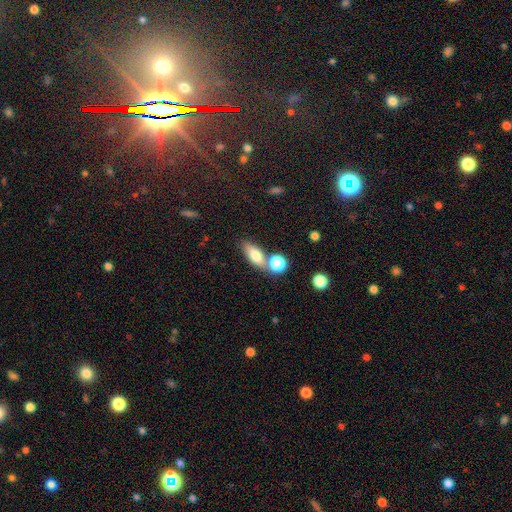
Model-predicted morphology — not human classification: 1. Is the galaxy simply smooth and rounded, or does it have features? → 72% smooth, 18% featured or disk, 10% star or artifact.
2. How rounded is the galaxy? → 65% in between, 25% cigar-shaped, 10% round.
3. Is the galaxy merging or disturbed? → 59% none, 24% merger, 12% minor disturbance, 5% major disturbance.